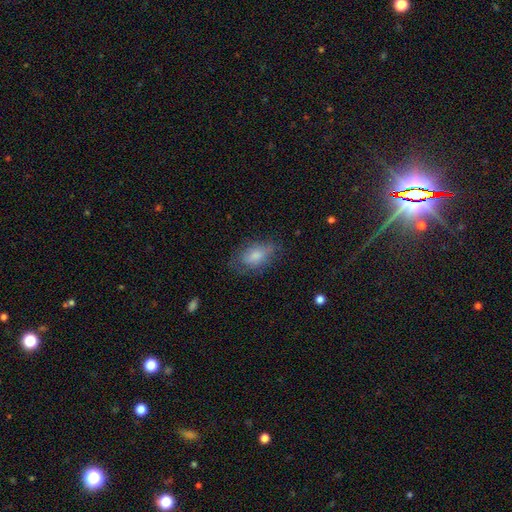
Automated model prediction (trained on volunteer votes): A smooth galaxy with no disk features (73%) that is in between round and cigar-shaped (89%). Merging: none (61%).